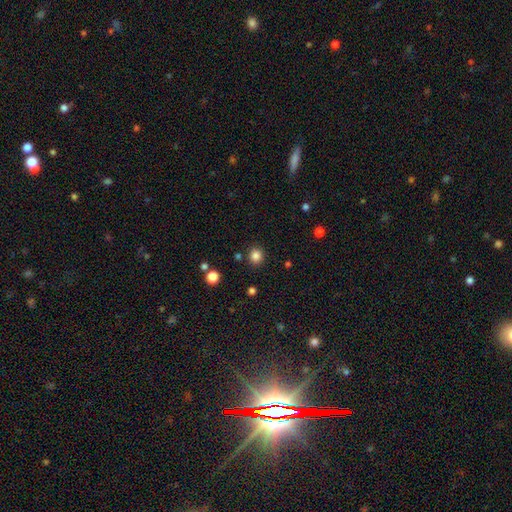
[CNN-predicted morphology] Q: Smooth or featured?
A: smooth (84%); runner-up: star or artifact (12%)
Q: How rounded?
A: round (89%); runner-up: in between (10%)
Q: Merging?
A: none (89%); runner-up: minor disturbance (6%)